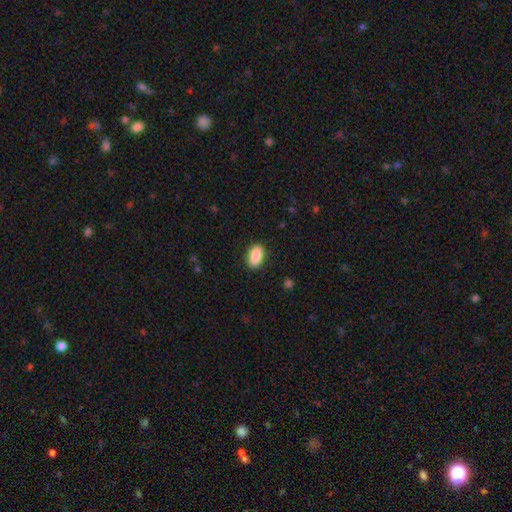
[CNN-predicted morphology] Q: Smooth or featured?
A: smooth (89%); runner-up: star or artifact (7%)
Q: How rounded?
A: in between (93%); runner-up: round (5%)
Q: Merging?
A: none (88%); runner-up: minor disturbance (9%)